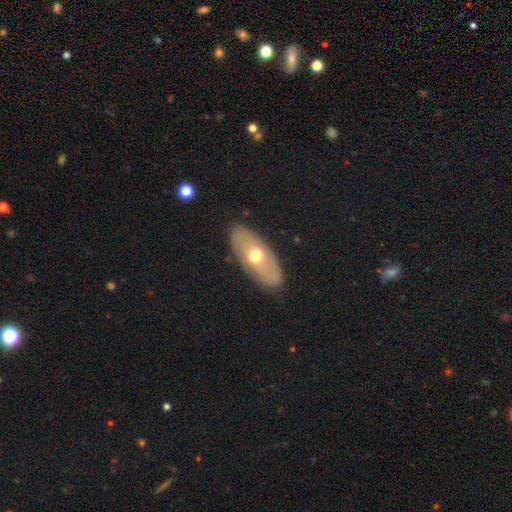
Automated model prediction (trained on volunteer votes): This appears to be a smooth galaxy with no disk features (50%) that is in between round and cigar-shaped (87%). Merging: none (85%).